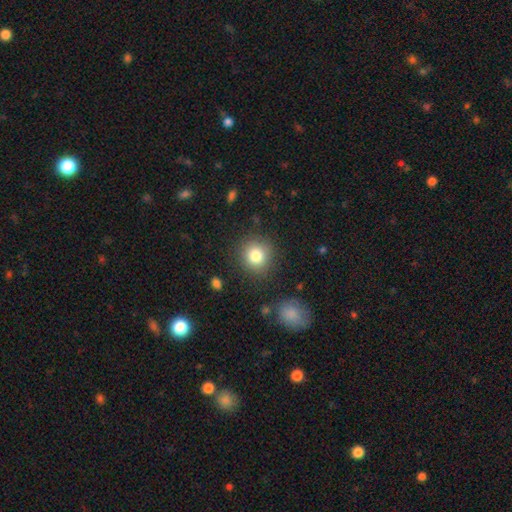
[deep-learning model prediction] Q: Smooth or featured?
A: smooth (81%); runner-up: star or artifact (11%)
Q: How rounded?
A: round (89%); runner-up: in between (10%)
Q: Merging?
A: none (85%); runner-up: minor disturbance (9%)